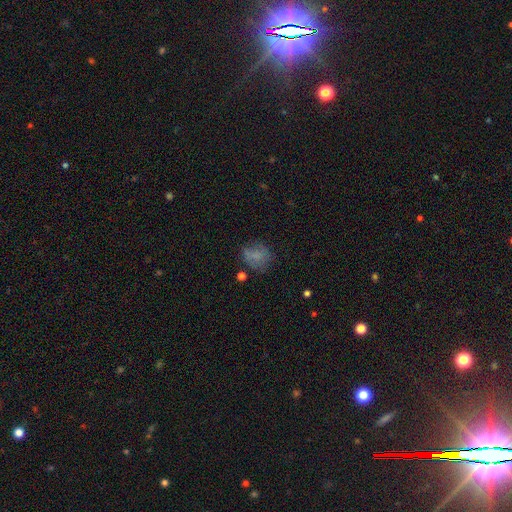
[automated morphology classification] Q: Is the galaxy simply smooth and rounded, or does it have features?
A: smooth — 70%.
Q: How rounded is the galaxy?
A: round — 71%.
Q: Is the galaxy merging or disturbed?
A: none — 58%.